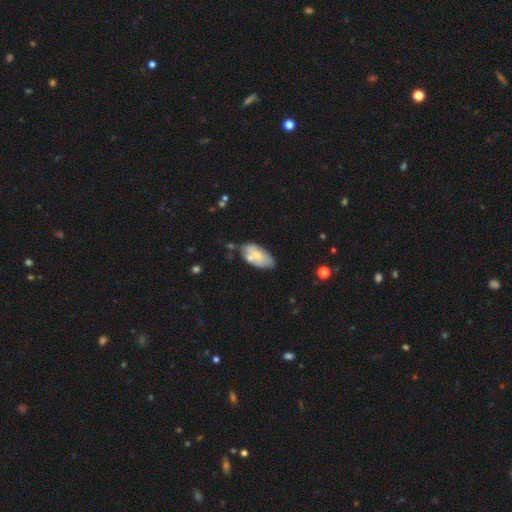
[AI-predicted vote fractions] Smooth or featured?
  - smooth: 59% *
  - featured or disk: 35%
  - star or artifact: 6%
How rounded?
  - in between: 93% *
  - cigar-shaped: 4%
  - round: 3%
Merging?
  - none: 52% *
  - minor disturbance: 24%
  - merger: 18%
  - major disturbance: 6%